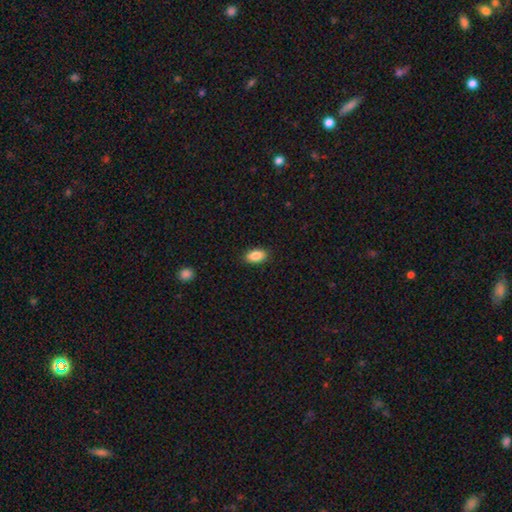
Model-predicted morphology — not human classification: smooth-or-featured: smooth: 86% | star or artifact: 7% | featured or disk: 6%
  how-rounded: in between: 92% | round: 6% | cigar-shaped: 2%
  merging: none: 89% | minor disturbance: 8% | major disturbance: 2% | merger: 1%